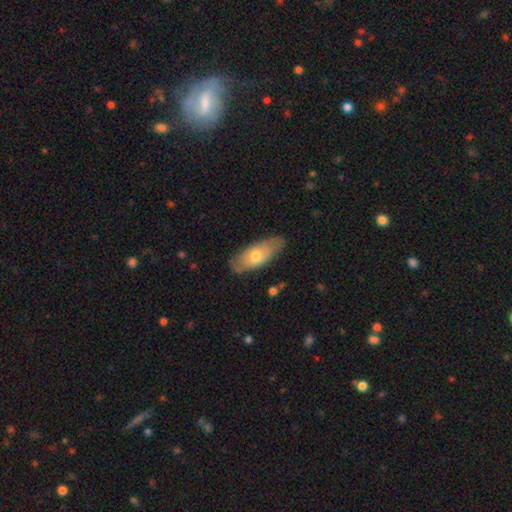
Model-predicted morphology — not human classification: Smooth or featured? smooth (57%)
How rounded? in between (79%)
Merging? none (78%)